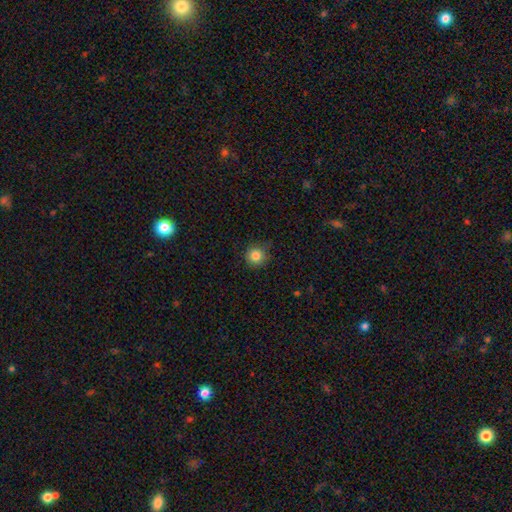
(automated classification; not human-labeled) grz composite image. It shows a smooth galaxy with no disk features (84%) that is round (94%). Merging: none (83%).